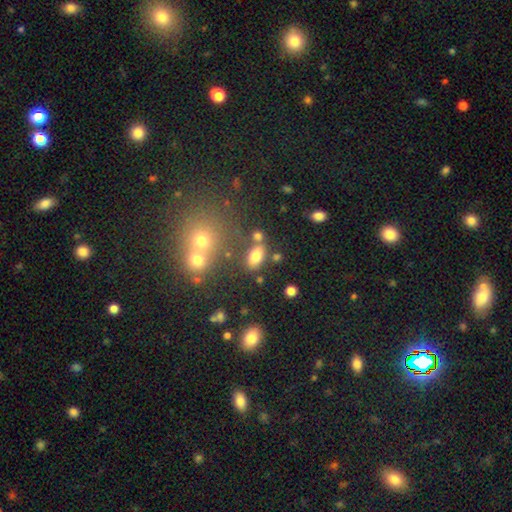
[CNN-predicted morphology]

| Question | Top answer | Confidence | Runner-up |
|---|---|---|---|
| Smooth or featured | smooth | 78% | star or artifact (12%) |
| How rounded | in between | 89% | round (7%) |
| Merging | none | 68% | merger (15%) |